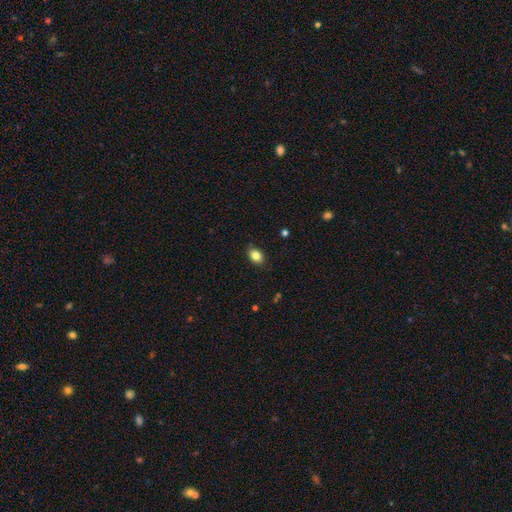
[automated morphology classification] Smooth or featured: smooth — 84% (star or artifact — 9%)
How rounded: in between — 76% (round — 23%)
Merging: none — 86% (minor disturbance — 11%)